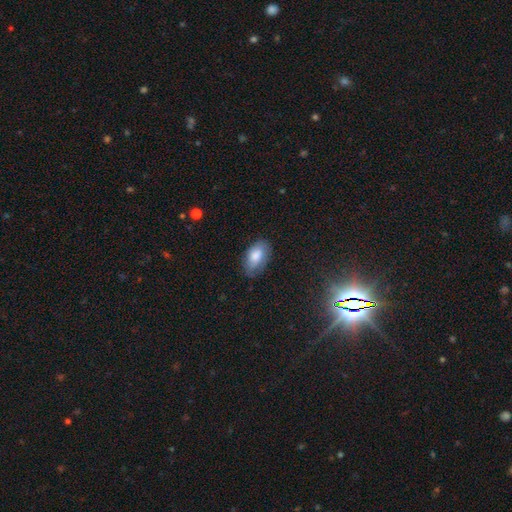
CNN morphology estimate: Overall: smooth (76%). How rounded: in between (93%). Merging: none (75%).